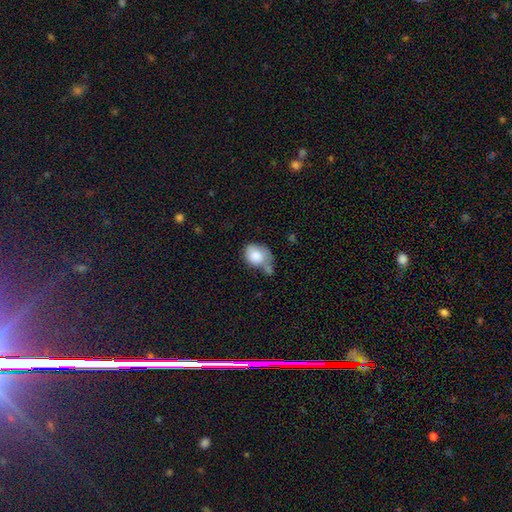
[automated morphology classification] smooth-or-featured: smooth: 80% | featured or disk: 13% | star or artifact: 7%
  how-rounded: in between: 57% | round: 42% | cigar-shaped: 1%
  merging: none: 30% | minor disturbance: 28% | merger: 25% | major disturbance: 17%